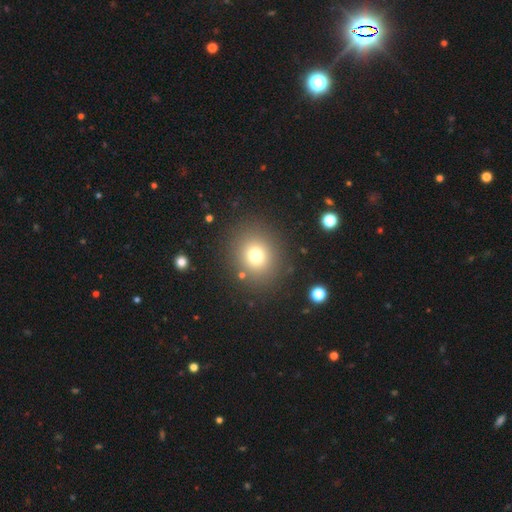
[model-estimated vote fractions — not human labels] The model was most divided on "smooth or featured": smooth: 74%, star or artifact: 16%, featured or disk: 10%. More confident: merging — none (86%); how rounded — round (79%).